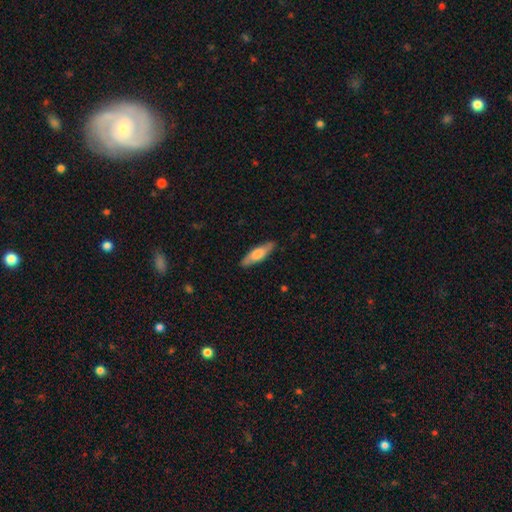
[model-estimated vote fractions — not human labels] Smooth or featured?
  - smooth: 59% *
  - featured or disk: 35%
  - star or artifact: 6%
How rounded?
  - cigar-shaped: 61% *
  - in between: 37%
  - round: 2%
Merging?
  - none: 87% *
  - minor disturbance: 10%
  - major disturbance: 2%
  - merger: 1%